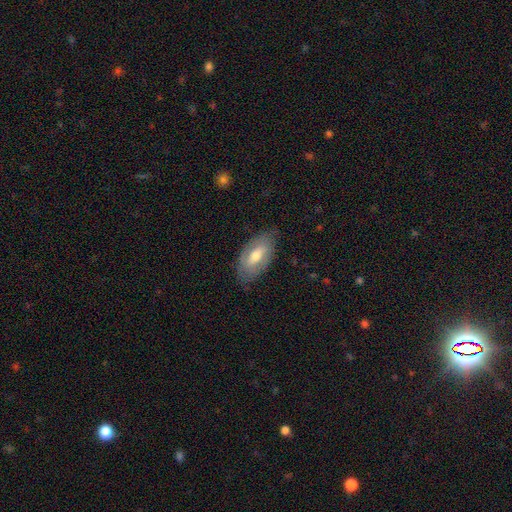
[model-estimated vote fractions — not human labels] Smooth or featured?
  - smooth: 53% *
  - featured or disk: 41%
  - star or artifact: 6%
How rounded?
  - in between: 91% *
  - cigar-shaped: 6%
  - round: 3%
Merging?
  - none: 76% *
  - minor disturbance: 18%
  - major disturbance: 5%
  - merger: 1%